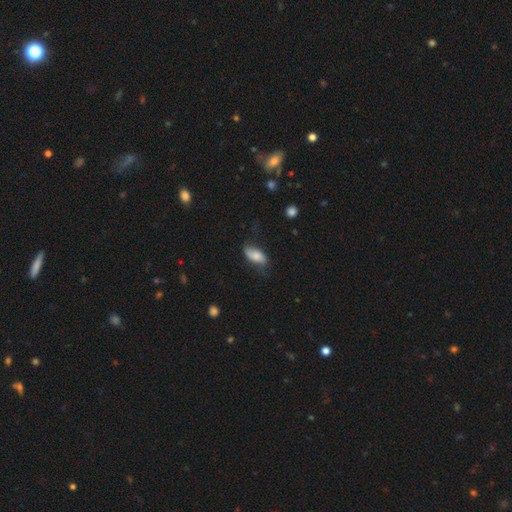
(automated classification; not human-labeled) Smooth or featured? Predicted: smooth (p=0.72). How rounded? Predicted: in between (p=0.88). Merging? Predicted: none (p=0.56).